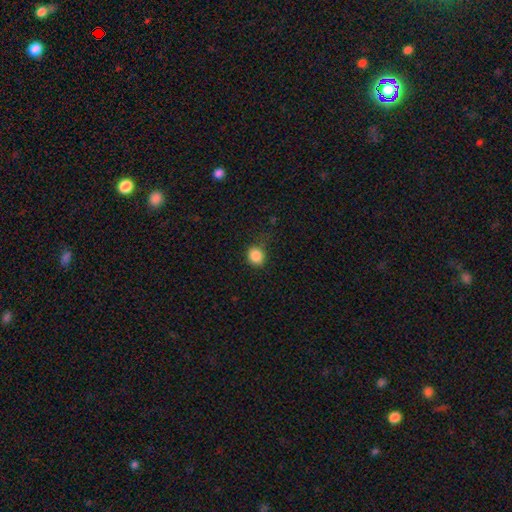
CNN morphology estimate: type=smooth (86%); roundness=round (77%); merging=none (71%).